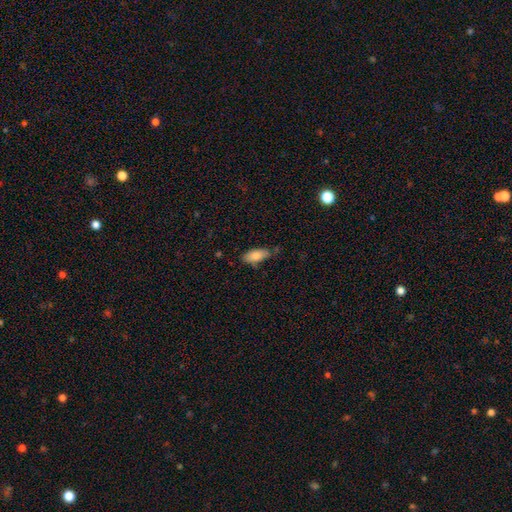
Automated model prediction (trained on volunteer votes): The model was most divided on "merging": none: 71%, minor disturbance: 22%, merger: 4%, major disturbance: 4%. More confident: how rounded — in between (85%); smooth or featured — smooth (81%).